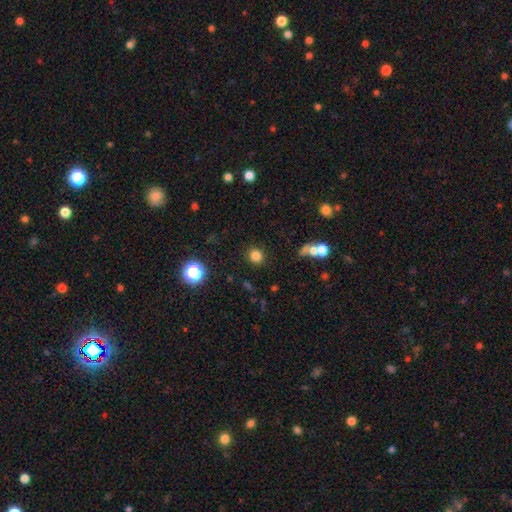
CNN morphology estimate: Smooth or featured?
  - smooth: 81% *
  - star or artifact: 14%
  - featured or disk: 5%
How rounded?
  - round: 90% *
  - in between: 9%
  - cigar-shaped: 1%
Merging?
  - none: 88% *
  - minor disturbance: 6%
  - merger: 3%
  - major disturbance: 3%